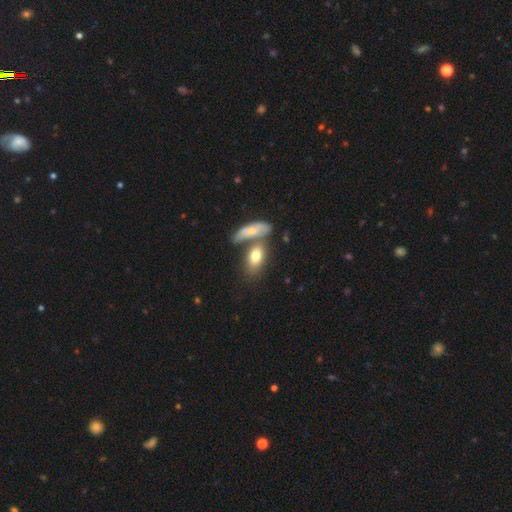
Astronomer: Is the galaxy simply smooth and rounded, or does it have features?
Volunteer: smooth — 77%.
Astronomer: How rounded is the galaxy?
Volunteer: in between — 83%.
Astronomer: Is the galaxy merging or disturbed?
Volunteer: merger — 53% (runner-up: none, 29%).